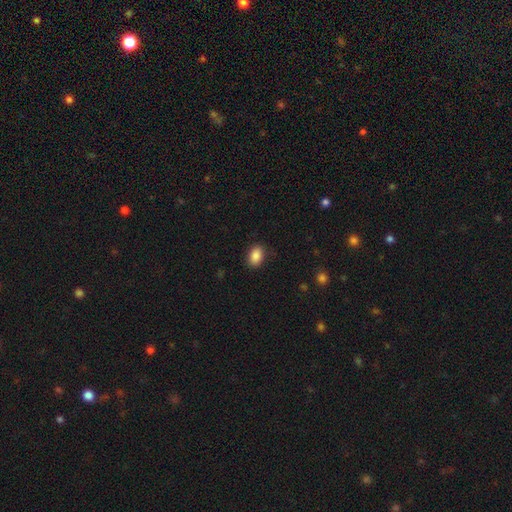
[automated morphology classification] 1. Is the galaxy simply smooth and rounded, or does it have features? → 87% smooth, 8% star or artifact, 4% featured or disk.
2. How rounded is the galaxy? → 84% in between, 15% round, 1% cigar-shaped.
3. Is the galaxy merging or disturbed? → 86% none, 11% minor disturbance, 3% major disturbance, 1% merger.